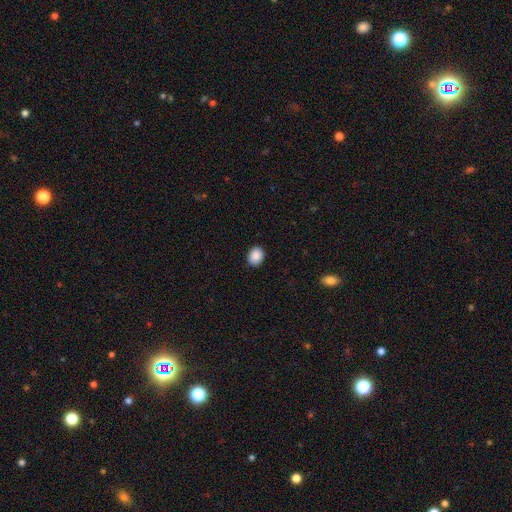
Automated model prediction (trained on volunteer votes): A smooth galaxy with no disk features (89%) that is in between round and cigar-shaped (53%). Merging: none (90%).